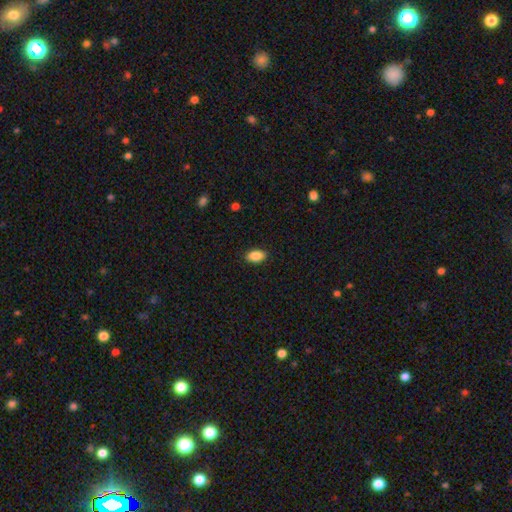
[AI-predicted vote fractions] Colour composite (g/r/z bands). It shows a smooth galaxy with no disk features (88%) that is in between round and cigar-shaped (92%). Merging: none (88%).